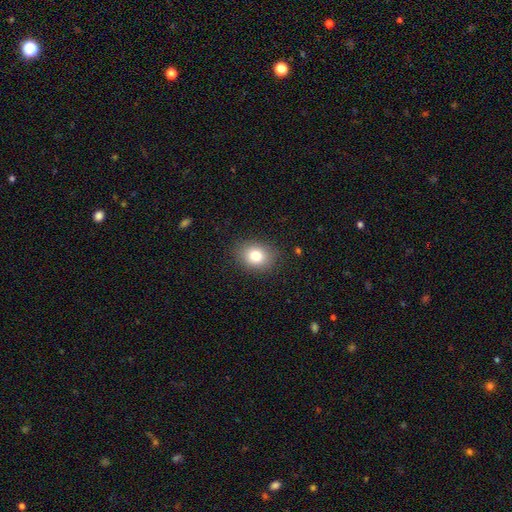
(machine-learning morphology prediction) type=smooth (80%); roundness=round (50%); merging=none (87%).